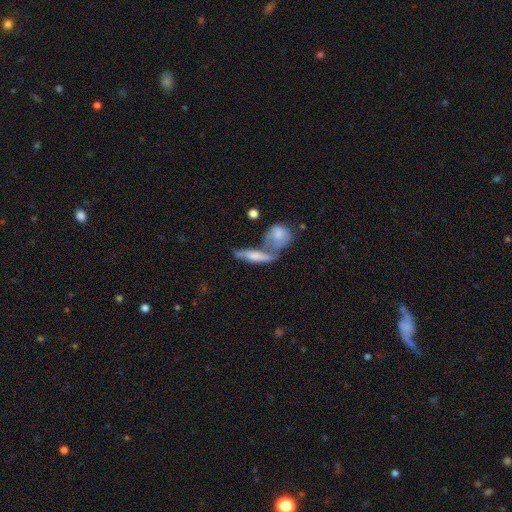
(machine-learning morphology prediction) Q: Smooth or featured?
A: smooth (59%); runner-up: featured or disk (33%)
Q: How rounded?
A: cigar-shaped (50%); runner-up: in between (44%)
Q: Merging?
A: merger (50%); runner-up: none (29%)